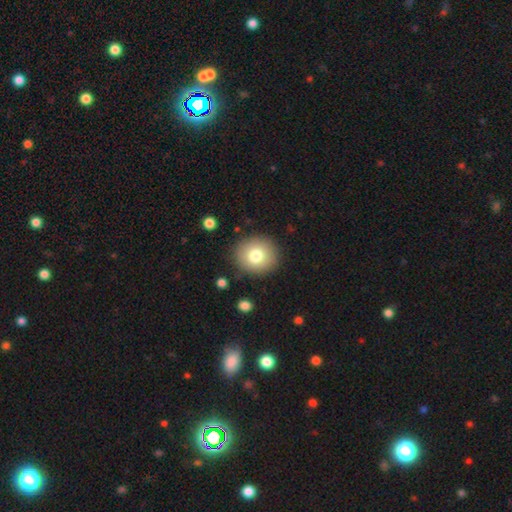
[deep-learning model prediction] smooth-or-featured: smooth: 77% | featured or disk: 13% | star or artifact: 10%
  how-rounded: round: 88% | in between: 11% | cigar-shaped: 1%
  merging: none: 88% | minor disturbance: 7% | major disturbance: 3% | merger: 2%